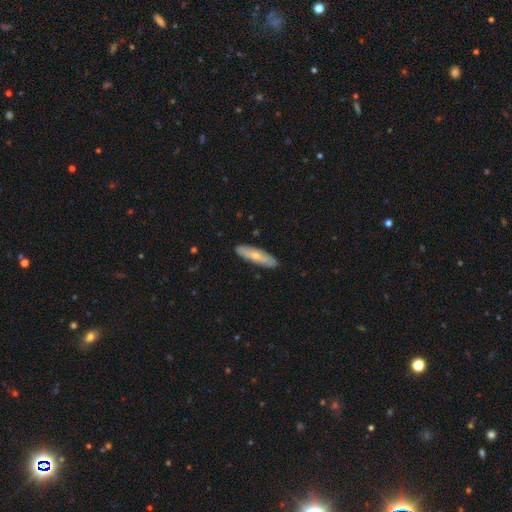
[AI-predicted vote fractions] Smooth or featured? smooth (54%)
How rounded? cigar-shaped (64%)
Merging? none (88%)